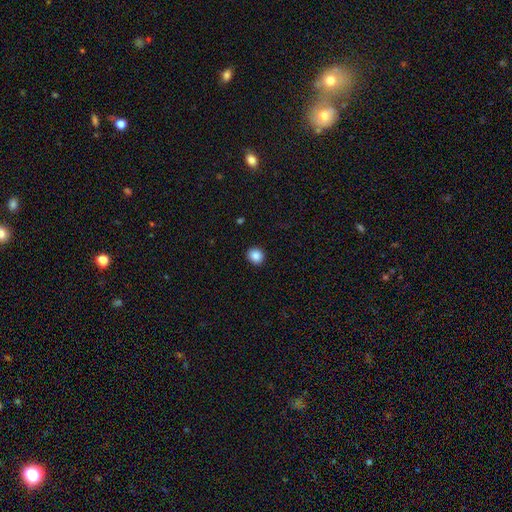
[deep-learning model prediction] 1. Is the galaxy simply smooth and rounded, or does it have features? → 87% smooth, 10% star or artifact, 3% featured or disk.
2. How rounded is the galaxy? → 85% round, 14% in between, 1% cigar-shaped.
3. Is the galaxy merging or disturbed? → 92% none, 6% minor disturbance, 2% major disturbance, 1% merger.